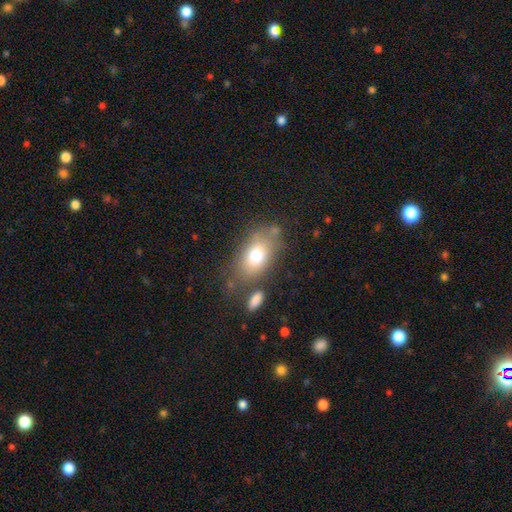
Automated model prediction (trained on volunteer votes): smooth_or_featured: smooth (p=0.76) [alt: featured or disk p=0.16]
how_rounded: in between (p=0.86) [alt: round p=0.11]
merging: none (p=0.64) [alt: minor disturbance p=0.18]